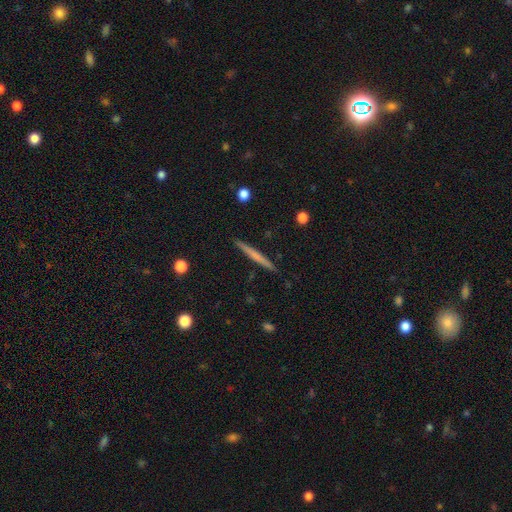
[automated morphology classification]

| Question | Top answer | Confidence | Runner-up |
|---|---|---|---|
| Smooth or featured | smooth | 52% | featured or disk (42%) |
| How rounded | cigar-shaped | 97% | in between (2%) |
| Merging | none | 91% | minor disturbance (6%) |